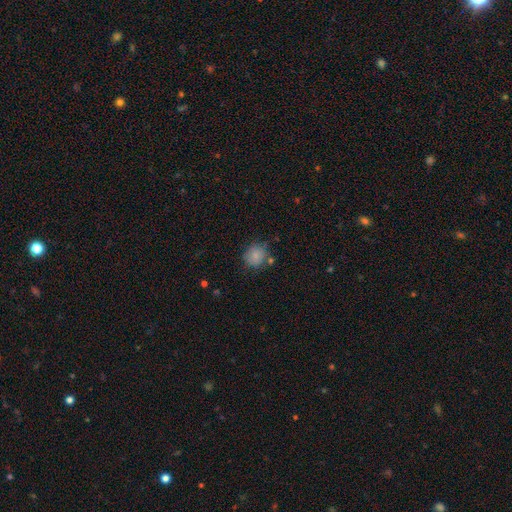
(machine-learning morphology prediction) Smooth or featured? smooth (83%)
How rounded? round (87%)
Merging? none (74%)